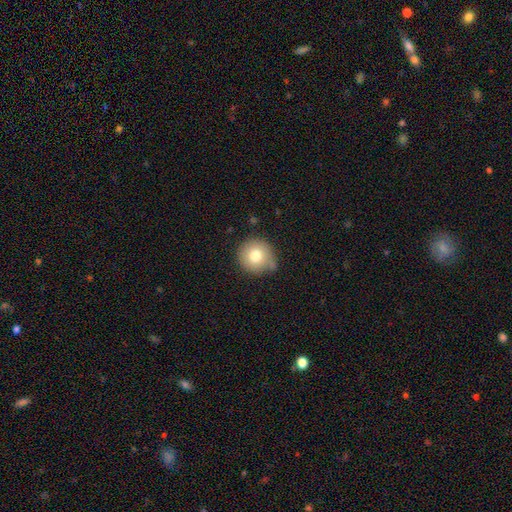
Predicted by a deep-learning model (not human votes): This appears to be a smooth galaxy with no disk features (77%) that is round (92%). Merging: none (67%).